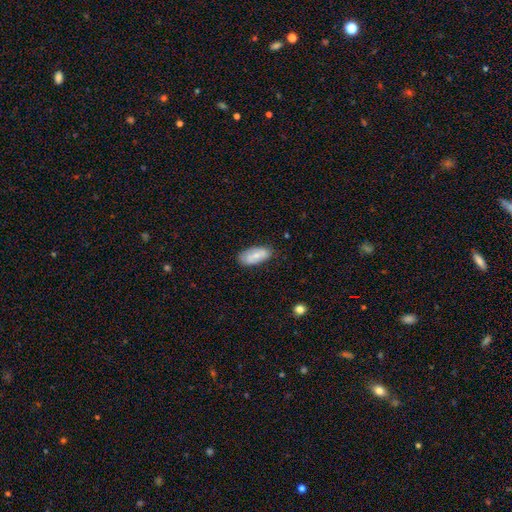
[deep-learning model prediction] The model was most divided on "smooth or featured": smooth: 65%, featured or disk: 28%, star or artifact: 7%. More confident: how rounded — in between (91%); merging — none (77%).